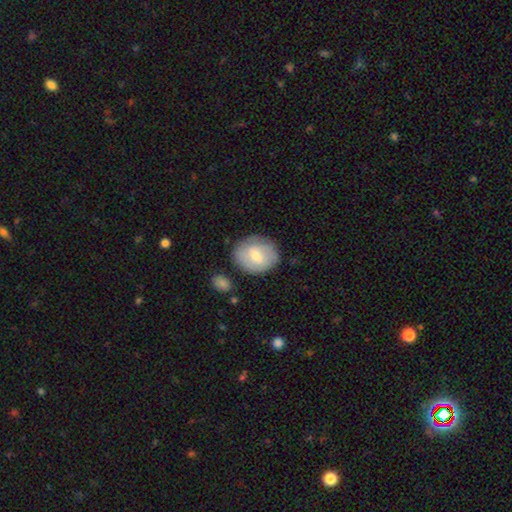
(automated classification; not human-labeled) Smooth or featured? Predicted: smooth (p=0.60). How rounded? Predicted: round (p=0.60). Merging? Predicted: none (p=0.73).